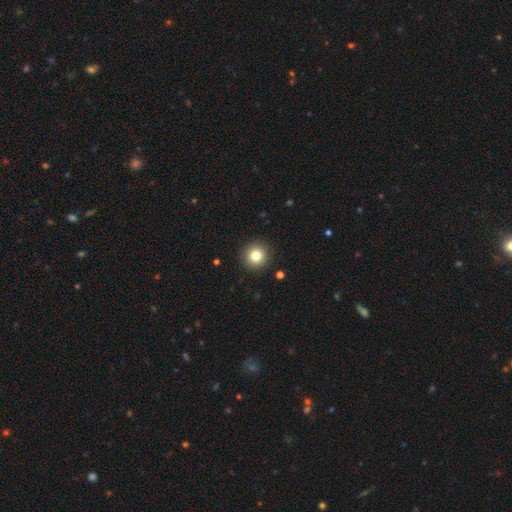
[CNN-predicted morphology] type=smooth (81%); roundness=round (95%); merging=none (92%).